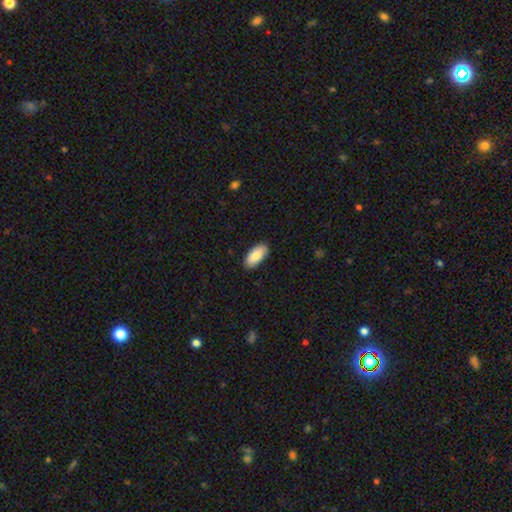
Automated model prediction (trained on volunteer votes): The model was most divided on "smooth or featured": smooth: 85%, featured or disk: 9%, star or artifact: 6%. More confident: how rounded — in between (93%); merging — none (87%).